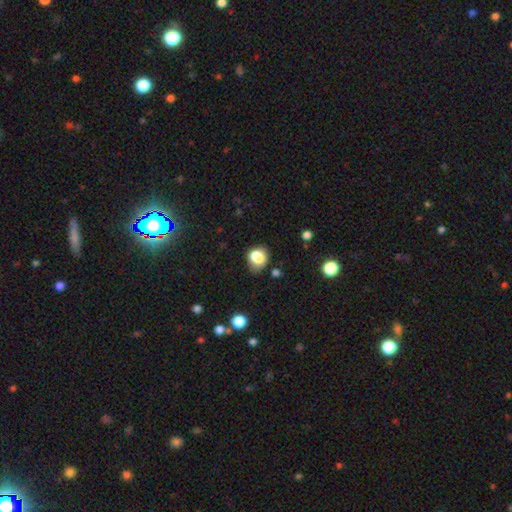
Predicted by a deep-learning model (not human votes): Q: Smooth or featured?
A: smooth (81%); runner-up: star or artifact (11%)
Q: How rounded?
A: round (55%); runner-up: in between (44%)
Q: Merging?
A: none (60%); runner-up: minor disturbance (27%)